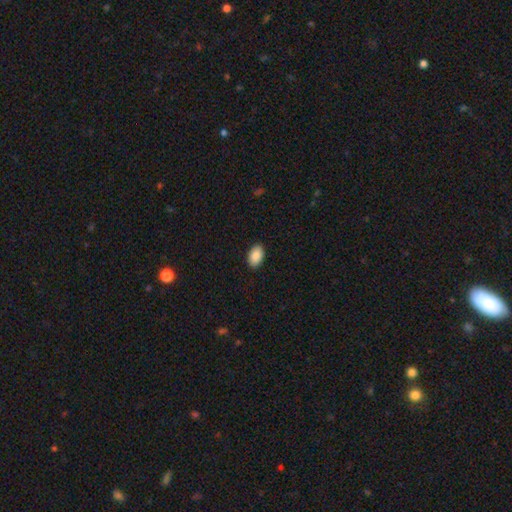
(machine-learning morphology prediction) This appears to be a smooth galaxy with no disk features (89%) that is in between round and cigar-shaped (92%). Merging: none (91%).